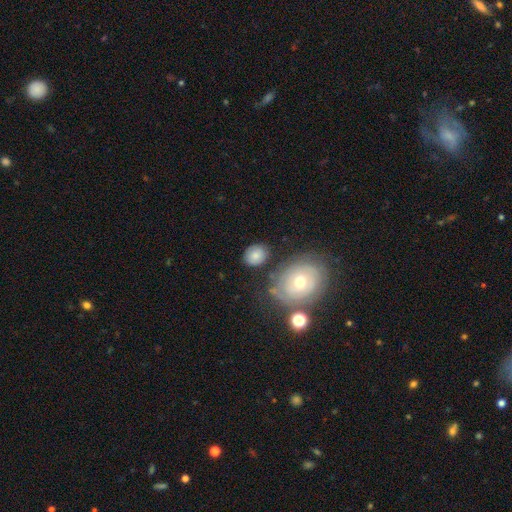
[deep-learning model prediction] This appears to be a smooth galaxy with no disk features (75%) that is round (54%). Merging: none (75%).